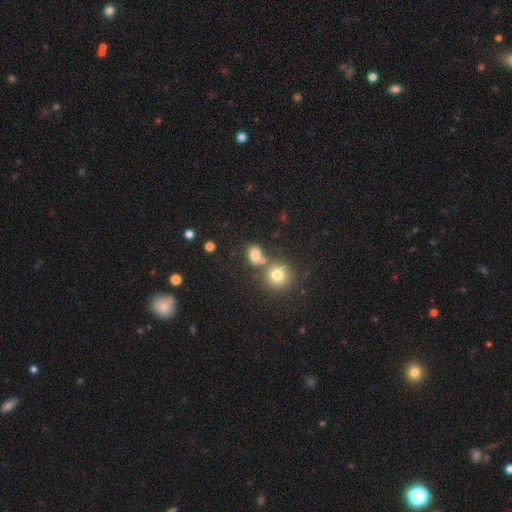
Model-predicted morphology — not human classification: type=smooth (67%); roundness=round (68%); merging=none (57%).